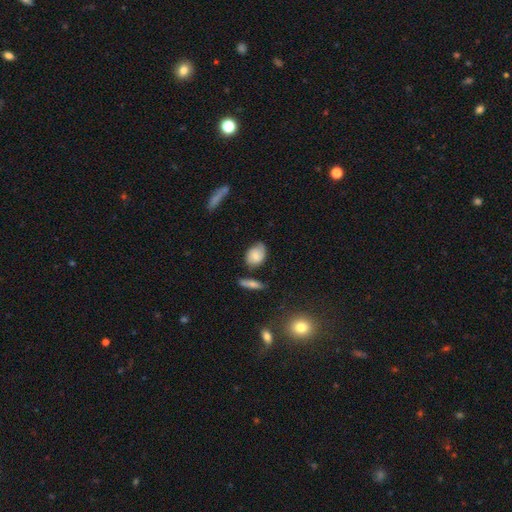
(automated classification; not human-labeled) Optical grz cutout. It shows a smooth galaxy with no disk features (63%) that is in between round and cigar-shaped (73%). Merging: none (64%).